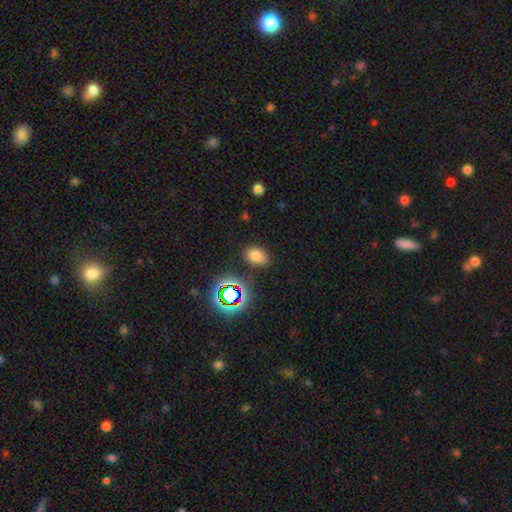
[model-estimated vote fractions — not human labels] Morphology: type=smooth (73%); roundness=in between (78%); merging=none (81%).